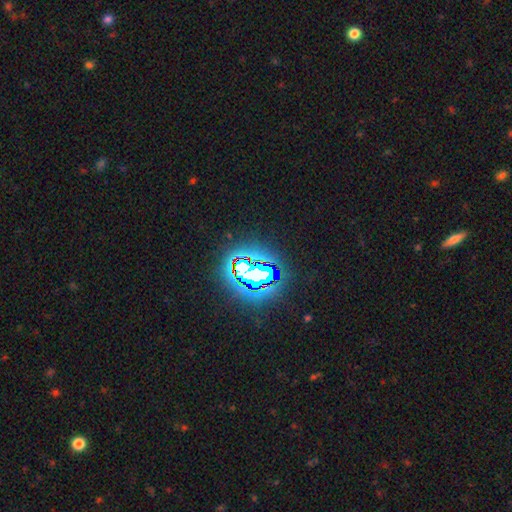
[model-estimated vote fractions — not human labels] Morphology: type=star or artifact (80%).